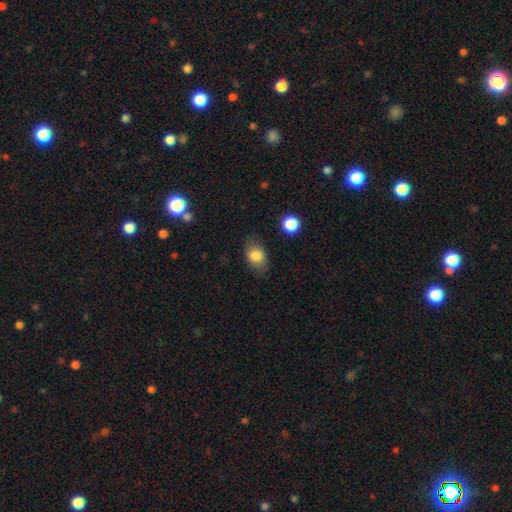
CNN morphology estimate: A smooth galaxy with no disk features (82%) that is in between round and cigar-shaped (76%). Merging: none (76%).